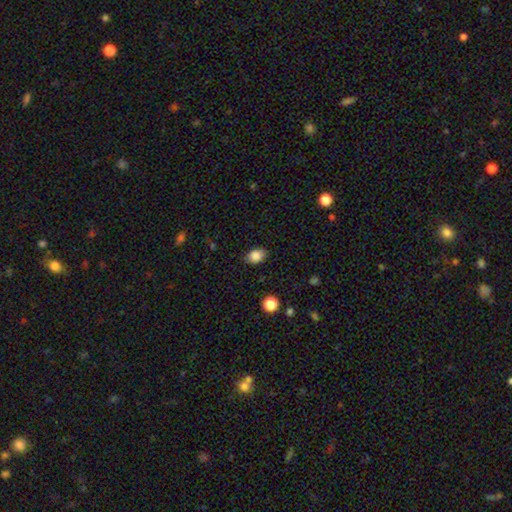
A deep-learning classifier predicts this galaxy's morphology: This appears to be a smooth galaxy with no disk features (86%) that is in between round and cigar-shaped (75%). Merging: none (85%).